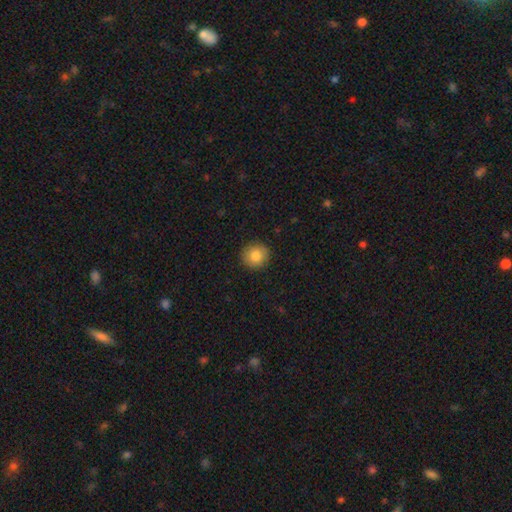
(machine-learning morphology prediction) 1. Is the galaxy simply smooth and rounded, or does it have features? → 83% smooth, 9% star or artifact, 8% featured or disk.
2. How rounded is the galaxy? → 90% round, 9% in between, 1% cigar-shaped.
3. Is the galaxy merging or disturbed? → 91% none, 7% minor disturbance, 2% major disturbance, 1% merger.